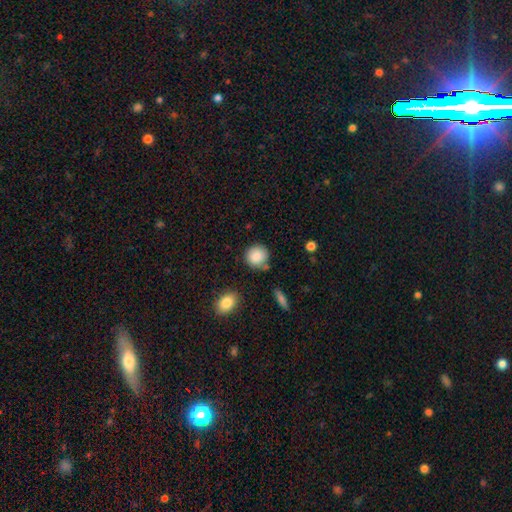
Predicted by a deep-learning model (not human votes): This is clearly a smooth galaxy (85%). How rounded: clearly round (90%). Merging: likely none (78%).